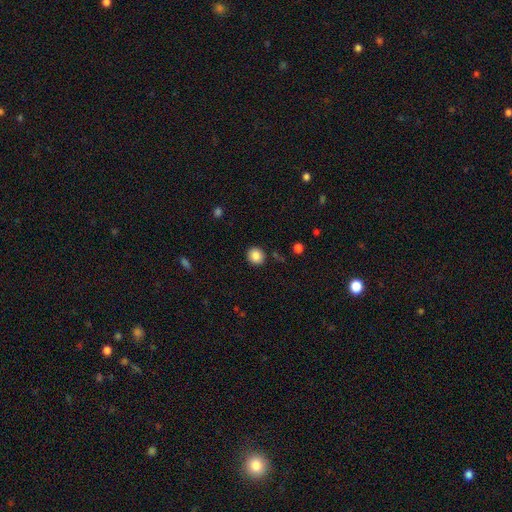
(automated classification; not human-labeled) This is clearly a smooth galaxy (86%). How rounded: clearly round (86%). Merging: clearly none (89%).